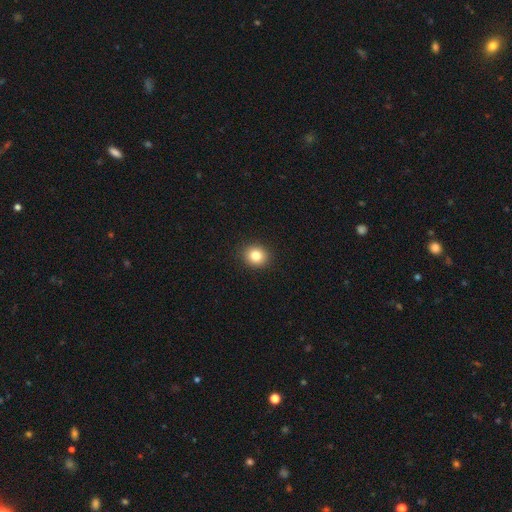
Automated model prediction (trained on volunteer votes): smooth 83%, star or artifact 10%, featured or disk 6%. Down the decision tree: how rounded — round (75%); merging — none (92%).